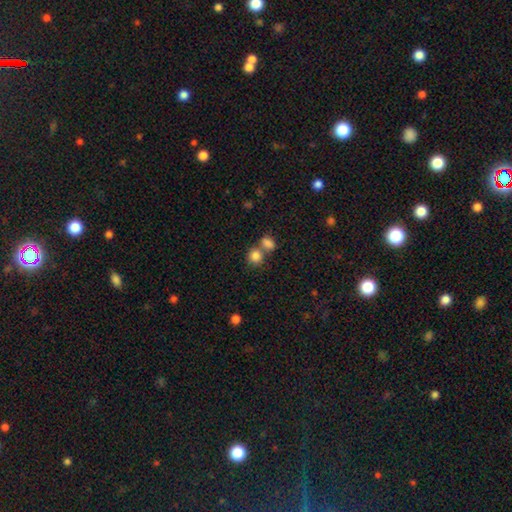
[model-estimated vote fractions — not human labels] smooth 84%, star or artifact 10%, featured or disk 6%. Down the decision tree: how rounded — round (76%); merging — none (47%).